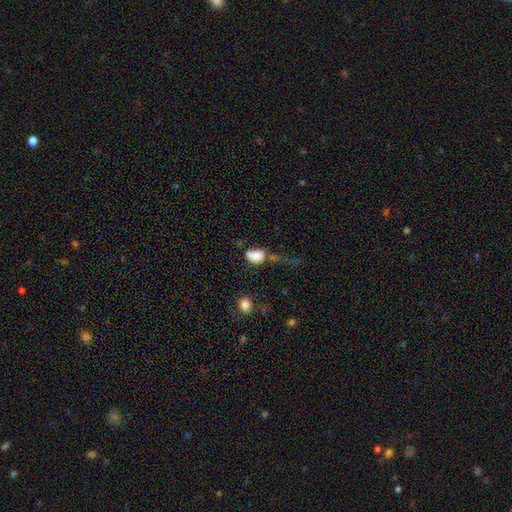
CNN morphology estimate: Smooth or featured? Predicted: smooth (p=0.73). How rounded? Predicted: in between (p=0.67). Merging? Predicted: merger (p=0.34).